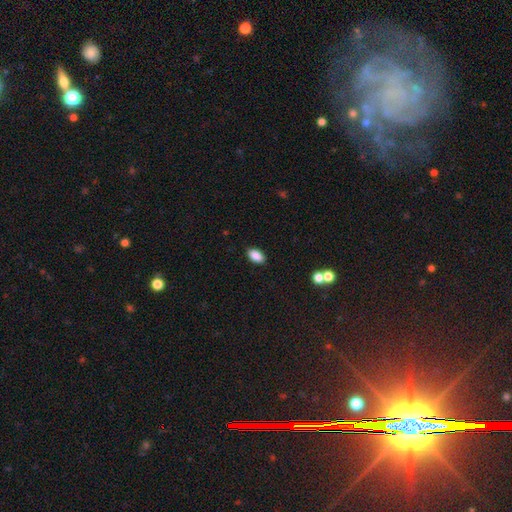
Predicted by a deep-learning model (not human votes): This is clearly a smooth galaxy (88%). How rounded: clearly in between (93%). Merging: clearly none (89%).